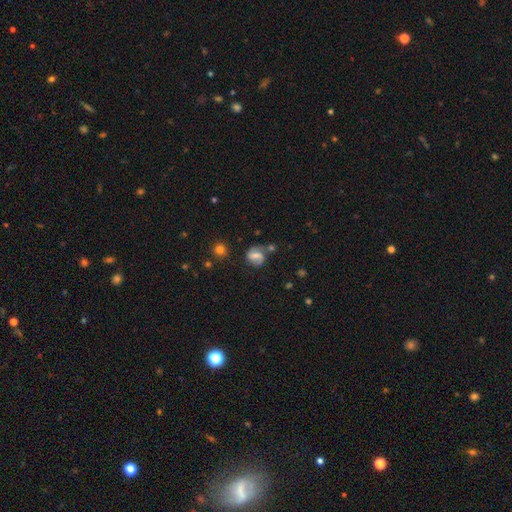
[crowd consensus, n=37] A featured or disk galaxy (68%) with a strong bar (61%), 2 (86%) medium (48%) spiral arms (91%) and a small central bulge (48%). Merging: none (50%).